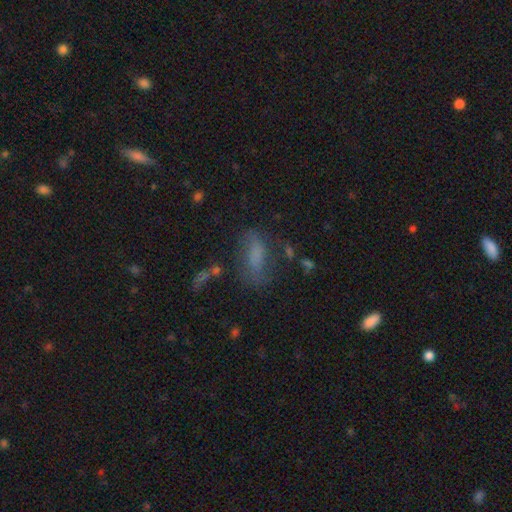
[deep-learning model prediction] smooth 62%, featured or disk 22%, star or artifact 16%. Down the decision tree: how rounded — in between (74%); merging — none (56%).